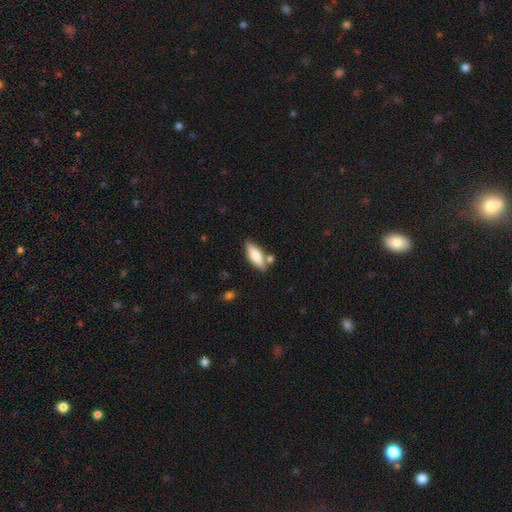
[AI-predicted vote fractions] This is likely a smooth galaxy (76%). How rounded: likely in between (66%). Merging: likely none (71%).